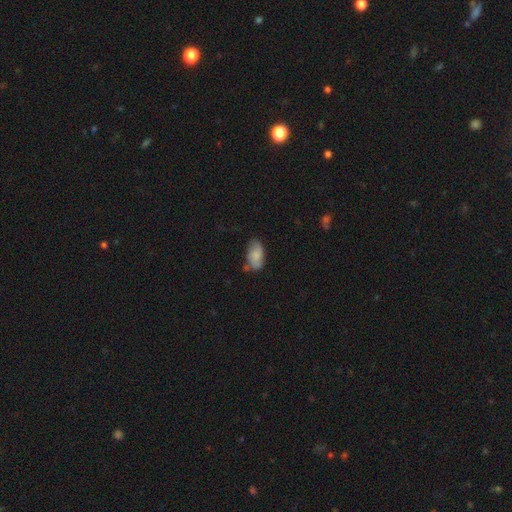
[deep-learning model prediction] Q: Smooth or featured?
A: smooth (74%); runner-up: featured or disk (18%)
Q: How rounded?
A: in between (93%); runner-up: round (4%)
Q: Merging?
A: none (59%); runner-up: minor disturbance (28%)